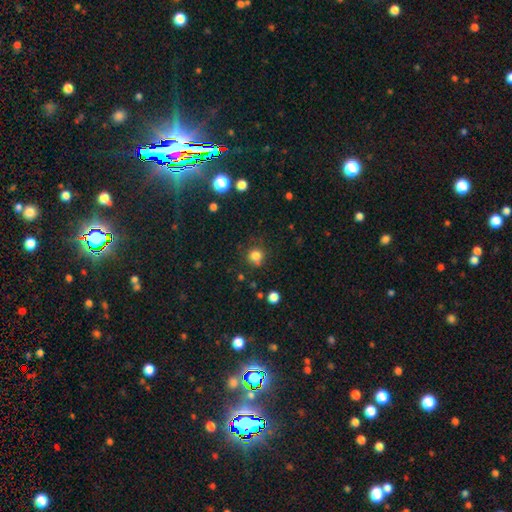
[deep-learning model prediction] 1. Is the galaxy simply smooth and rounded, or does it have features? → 81% smooth, 14% star or artifact, 5% featured or disk.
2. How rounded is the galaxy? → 89% round, 10% in between, 1% cigar-shaped.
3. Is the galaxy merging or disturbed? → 76% none, 14% minor disturbance, 5% merger, 5% major disturbance.